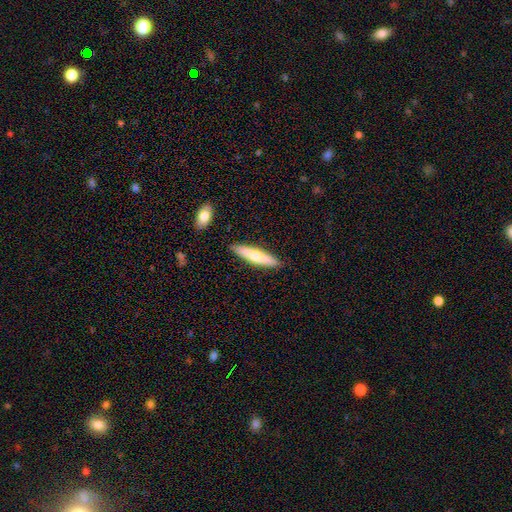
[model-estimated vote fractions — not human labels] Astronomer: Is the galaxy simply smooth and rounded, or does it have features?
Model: smooth — 60%.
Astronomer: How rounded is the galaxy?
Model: cigar-shaped — 82%.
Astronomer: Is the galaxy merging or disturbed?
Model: none — 88%.